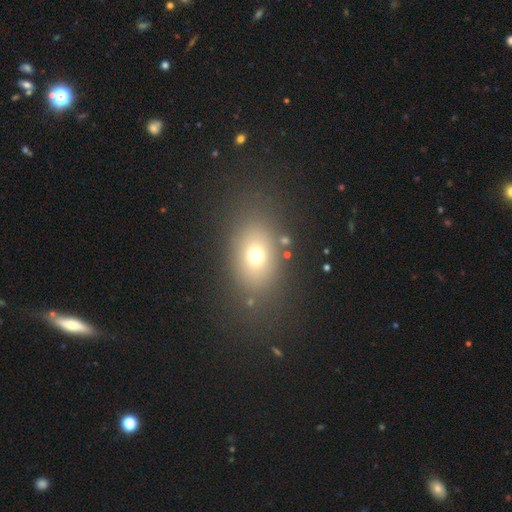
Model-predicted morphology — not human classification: Q: Smooth or featured?
A: smooth (69%); runner-up: star or artifact (16%)
Q: How rounded?
A: in between (70%); runner-up: round (28%)
Q: Merging?
A: none (79%); runner-up: minor disturbance (11%)